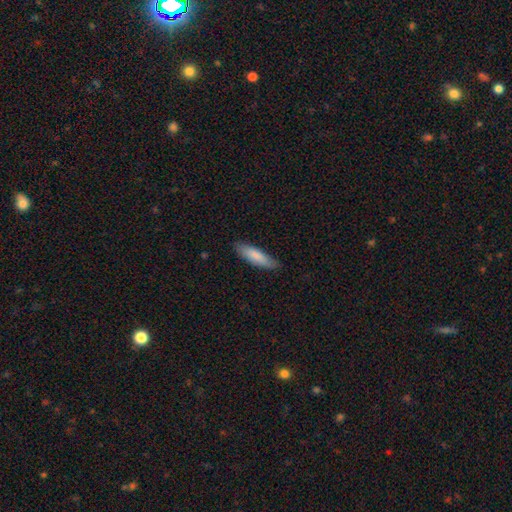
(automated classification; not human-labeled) Smooth or featured?
  - smooth: 82% *
  - featured or disk: 12%
  - star or artifact: 5%
How rounded?
  - cigar-shaped: 60% *
  - in between: 38%
  - round: 1%
Merging?
  - none: 84% *
  - minor disturbance: 13%
  - major disturbance: 2%
  - merger: 1%